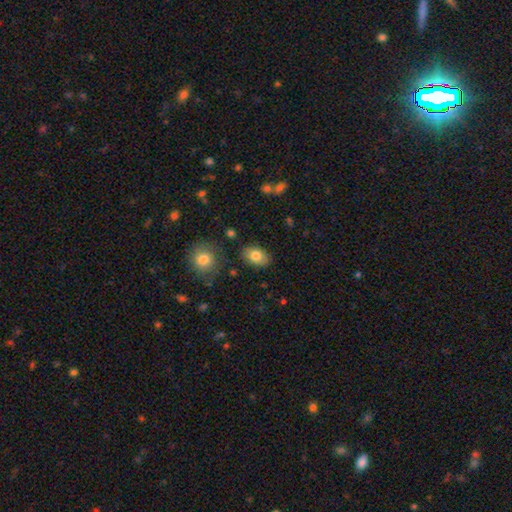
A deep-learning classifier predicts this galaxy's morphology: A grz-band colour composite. It shows a smooth galaxy with no disk features (80%) that is in between round and cigar-shaped (84%). Merging: none (82%).